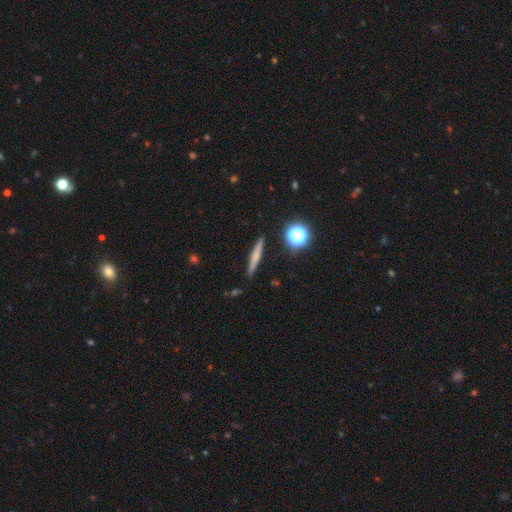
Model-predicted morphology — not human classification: The model was most divided on "smooth or featured": smooth: 60%, featured or disk: 30%, star or artifact: 10%. More confident: how rounded — cigar-shaped (90%); merging — none (90%).